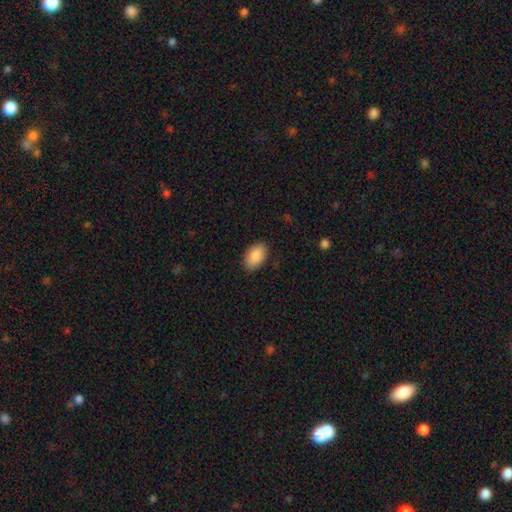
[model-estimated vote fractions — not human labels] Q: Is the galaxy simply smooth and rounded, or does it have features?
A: smooth — 89%.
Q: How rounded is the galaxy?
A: in between — 93%.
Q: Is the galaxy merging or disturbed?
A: none — 87%.